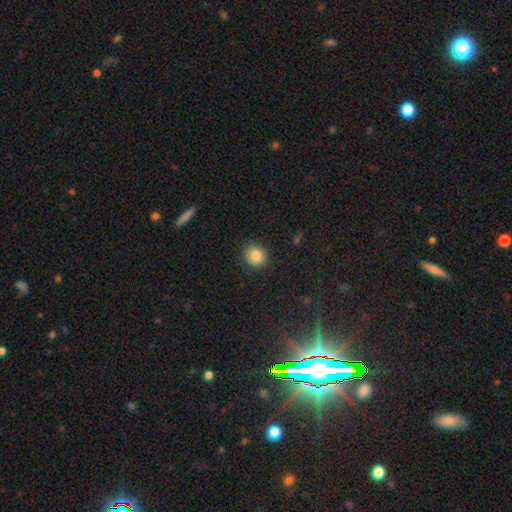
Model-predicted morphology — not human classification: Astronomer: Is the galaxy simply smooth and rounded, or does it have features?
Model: smooth — 84%.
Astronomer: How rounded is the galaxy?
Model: round — 84%.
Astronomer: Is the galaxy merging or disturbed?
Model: none — 90%.